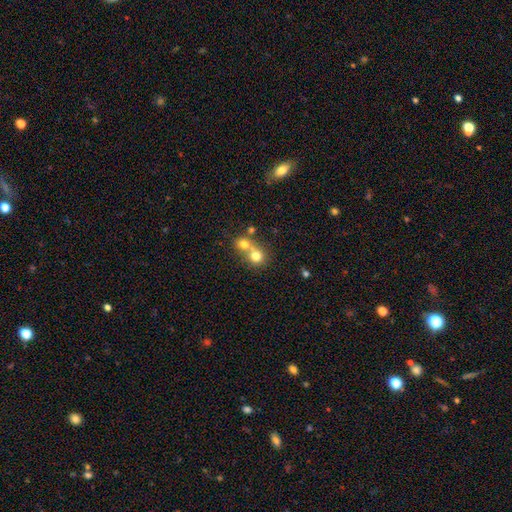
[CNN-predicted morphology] A smooth galaxy with no disk features (74%) that is round (82%). Merging: merger (62%).